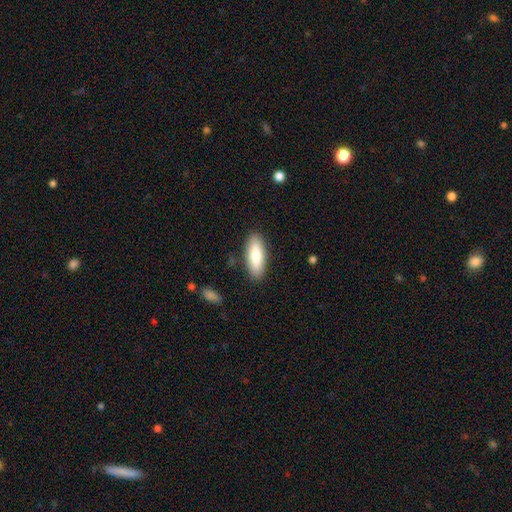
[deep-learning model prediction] A smooth galaxy with no disk features (80%) that is in between round and cigar-shaped (68%).

Vote fractions:
- Smooth or featured? smooth: 80% / featured or disk: 14% / star or artifact: 5%
- How rounded? in between: 68% / cigar-shaped: 31% / round: 2%
- Merging? none: 87% / minor disturbance: 9% / major disturbance: 2% / merger: 2%